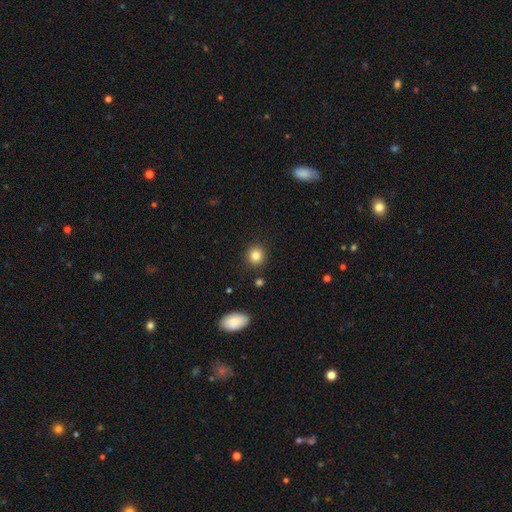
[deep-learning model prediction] smooth 84%, star or artifact 10%, featured or disk 6%. Down the decision tree: how rounded — round (85%); merging — none (88%).